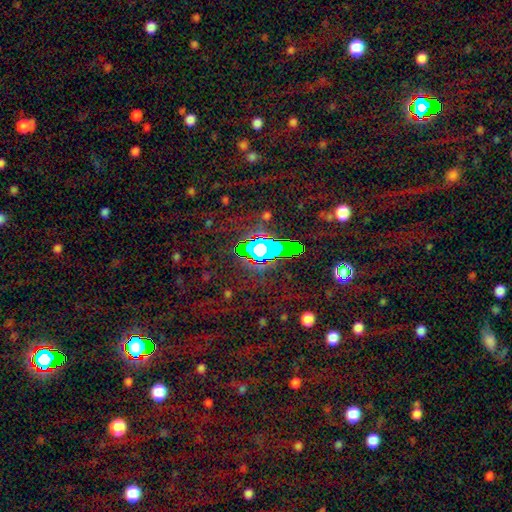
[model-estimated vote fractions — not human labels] Smooth or featured? star or artifact (78%)